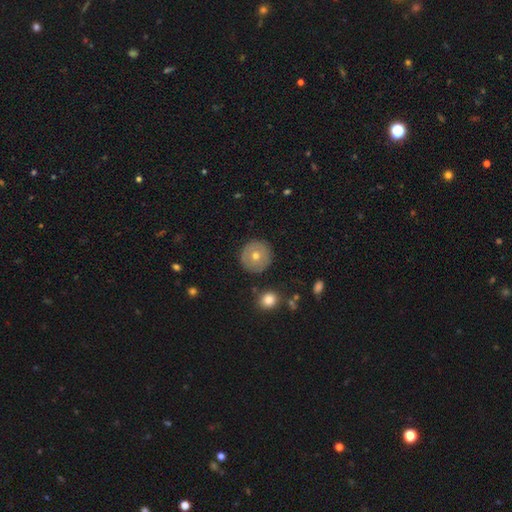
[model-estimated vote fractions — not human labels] smooth-or-featured: smooth: 60% | featured or disk: 31% | star or artifact: 9%
  how-rounded: round: 95% | in between: 4% | cigar-shaped: 1%
  merging: none: 90% | minor disturbance: 7% | major disturbance: 2% | merger: 2%